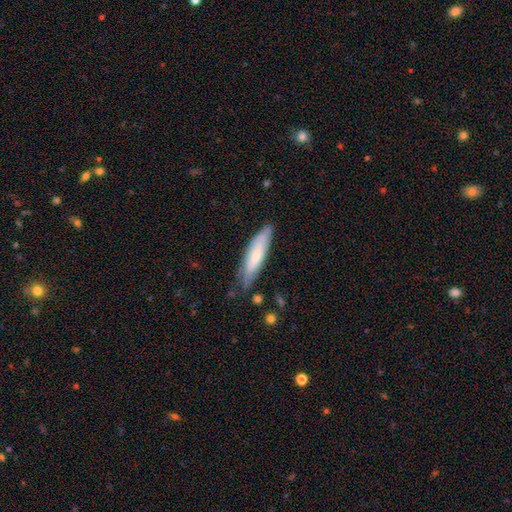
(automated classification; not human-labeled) Smooth or featured? Predicted: smooth (p=0.58). How rounded? Predicted: cigar-shaped (p=0.68). Merging? Predicted: none (p=0.69).